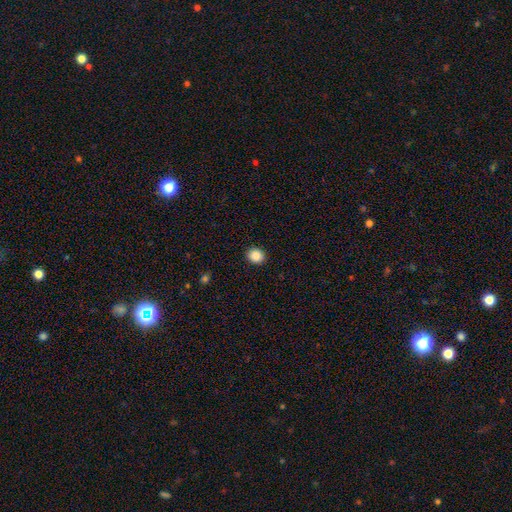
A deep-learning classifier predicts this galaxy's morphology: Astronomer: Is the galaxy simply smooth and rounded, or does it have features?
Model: smooth — 86%.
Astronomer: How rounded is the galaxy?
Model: round — 77%.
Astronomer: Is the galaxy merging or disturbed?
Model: none — 92%.